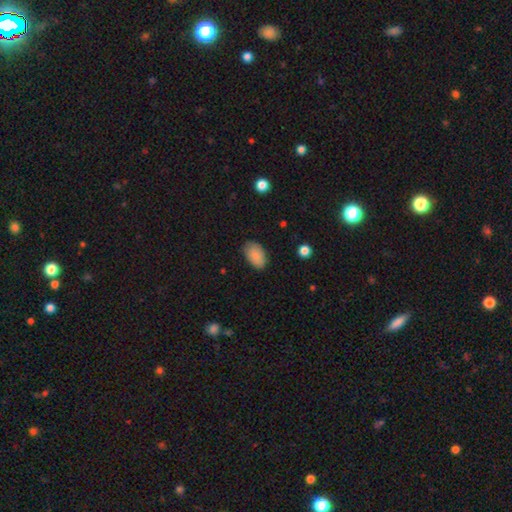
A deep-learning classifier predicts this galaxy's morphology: Overall: smooth (88%). How rounded: in between (92%). Merging: none (80%).